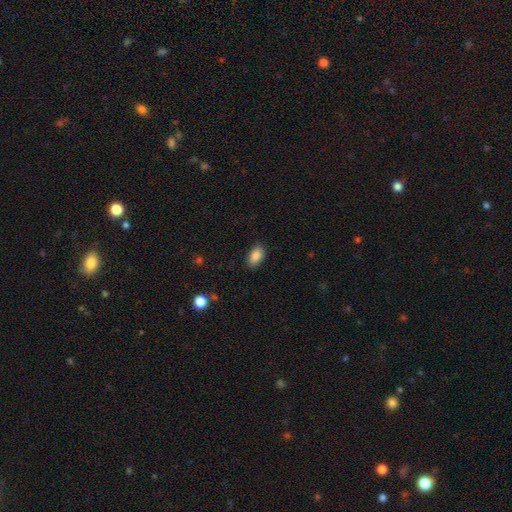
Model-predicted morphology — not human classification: smooth-or-featured: smooth: 86% | star or artifact: 8% | featured or disk: 6%
  how-rounded: in between: 91% | round: 7% | cigar-shaped: 2%
  merging: none: 85% | minor disturbance: 11% | major disturbance: 2% | merger: 1%